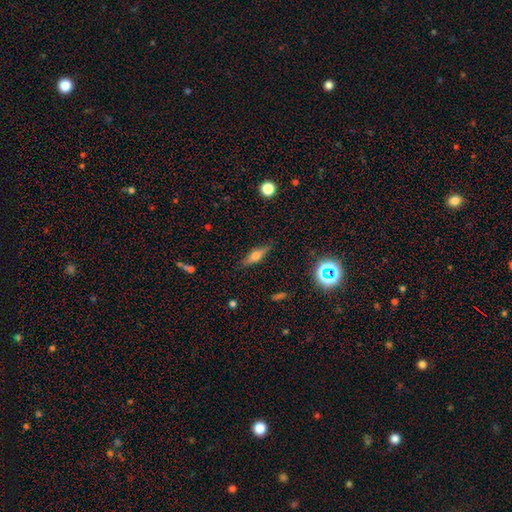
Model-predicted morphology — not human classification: Smooth or featured? featured or disk (46%)
Merging? none (86%)